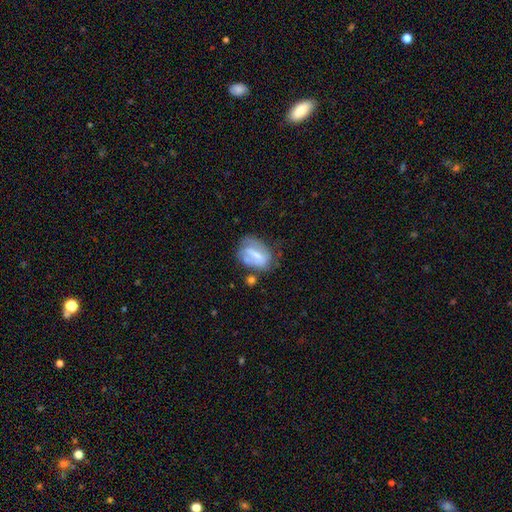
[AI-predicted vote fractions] This appears to be a featured or disk galaxy (52%). Merging: none (42%).